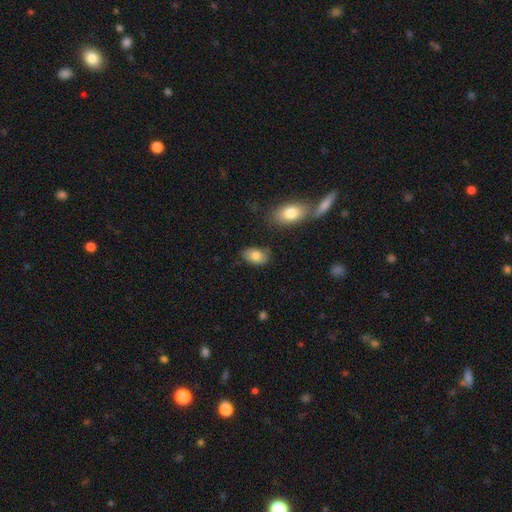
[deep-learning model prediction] Overall: smooth (81%). How rounded: in between (91%). Merging: none (77%).